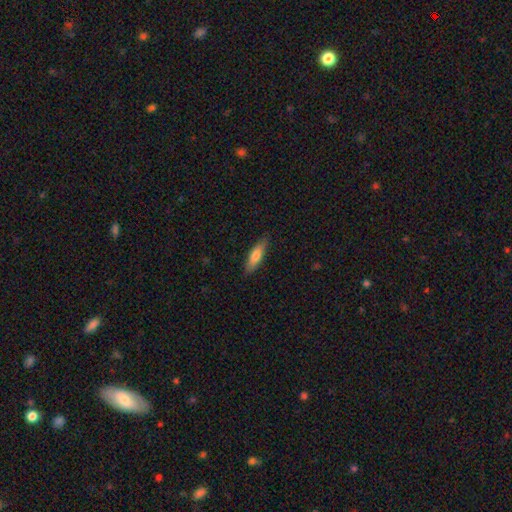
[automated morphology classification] smooth 75%, featured or disk 19%, star or artifact 6%. Down the decision tree: how rounded — cigar-shaped (59%); merging — none (85%).